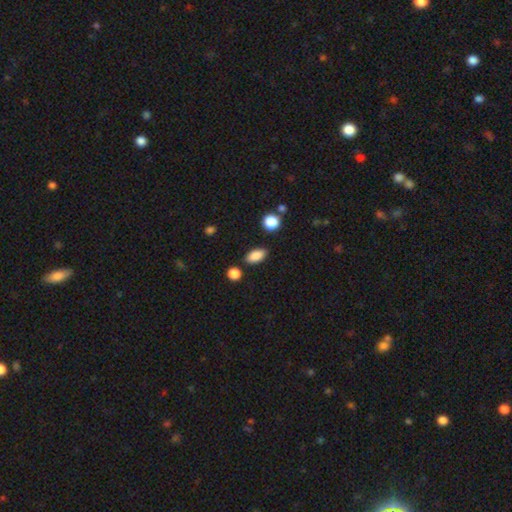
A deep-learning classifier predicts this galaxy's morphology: smooth-or-featured: smooth: 87% | star or artifact: 8% | featured or disk: 5%
  how-rounded: in between: 88% | round: 6% | cigar-shaped: 6%
  merging: none: 85% | minor disturbance: 10% | merger: 3% | major disturbance: 2%